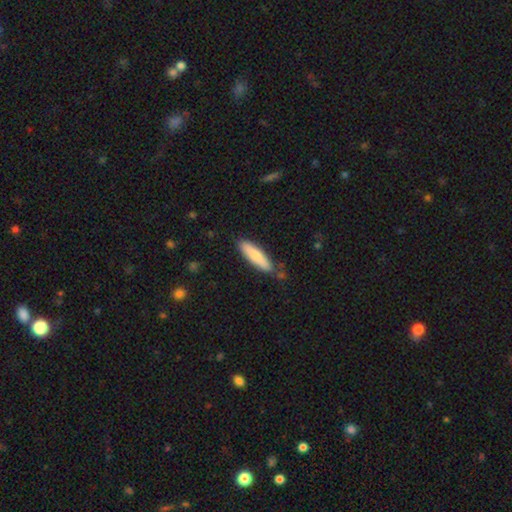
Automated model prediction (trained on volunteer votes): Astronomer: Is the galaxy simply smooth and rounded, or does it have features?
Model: smooth — 77%.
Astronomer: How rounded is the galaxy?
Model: cigar-shaped — 72%.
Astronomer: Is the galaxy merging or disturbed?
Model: none — 80%.